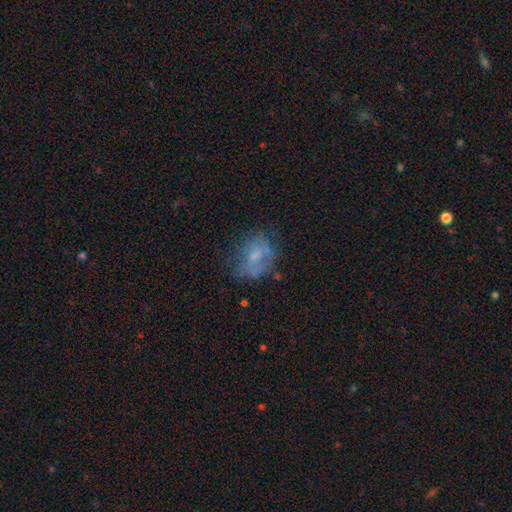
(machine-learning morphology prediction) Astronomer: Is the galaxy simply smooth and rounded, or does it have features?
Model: smooth — 45% (runner-up: featured or disk, 43%).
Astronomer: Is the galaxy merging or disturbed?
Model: none — 48% (runner-up: minor disturbance, 26%).